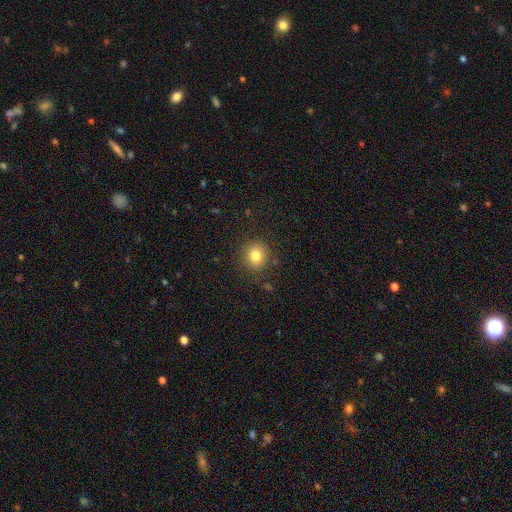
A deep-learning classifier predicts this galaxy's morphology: Smooth or featured? Predicted: smooth (p=0.80). How rounded? Predicted: round (p=0.88). Merging? Predicted: none (p=0.87).